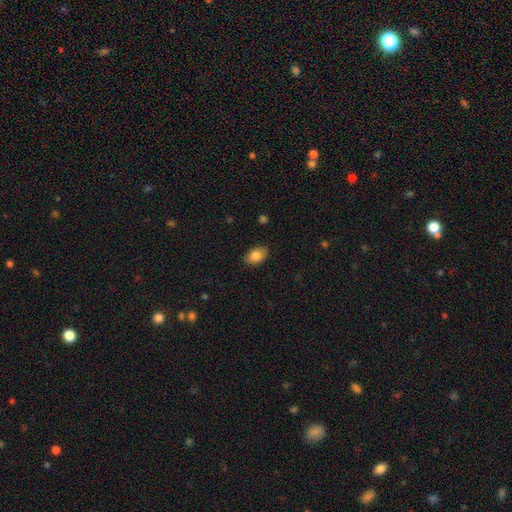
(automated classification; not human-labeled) Smooth or featured?
  - smooth: 84% *
  - featured or disk: 9%
  - star or artifact: 8%
How rounded?
  - in between: 85% *
  - round: 13%
  - cigar-shaped: 1%
Merging?
  - none: 85% *
  - minor disturbance: 12%
  - major disturbance: 2%
  - merger: 1%